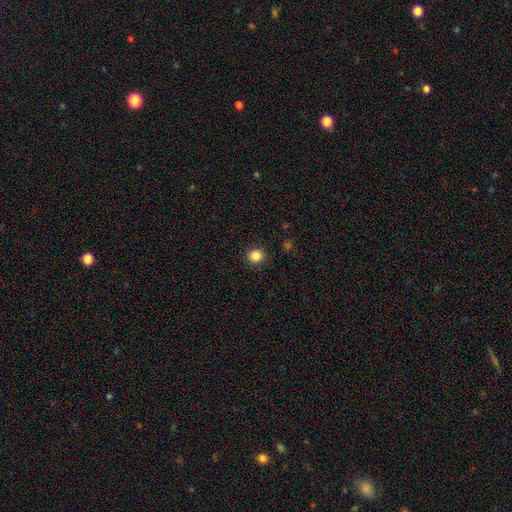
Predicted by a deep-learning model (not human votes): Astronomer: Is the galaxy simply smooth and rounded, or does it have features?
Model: smooth — 86%.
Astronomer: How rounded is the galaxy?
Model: round — 92%.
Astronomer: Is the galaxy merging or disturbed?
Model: none — 92%.